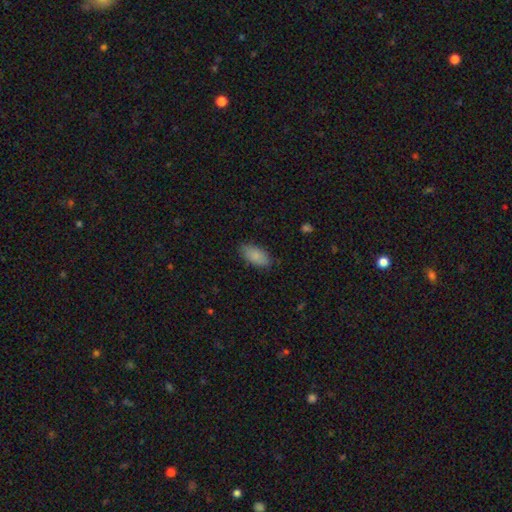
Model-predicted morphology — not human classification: smooth_or_featured: smooth (p=0.87) [alt: star or artifact p=0.07]
how_rounded: in between (p=0.91) [alt: cigar-shaped p=0.06]
merging: none (p=0.84) [alt: minor disturbance p=0.12]